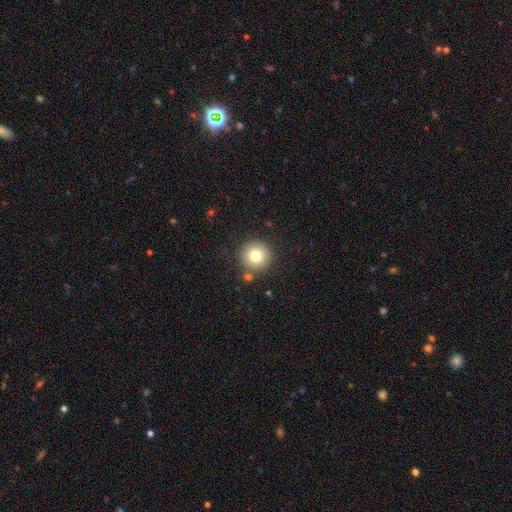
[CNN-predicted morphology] Overall: smooth (78%). How rounded: round (96%). Merging: none (86%).